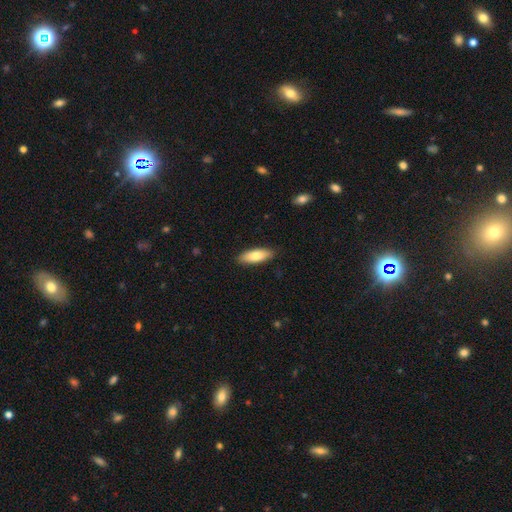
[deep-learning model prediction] Smooth or featured? Predicted: smooth (p=0.79). How rounded? Predicted: in between (p=0.63). Merging? Predicted: none (p=0.88).